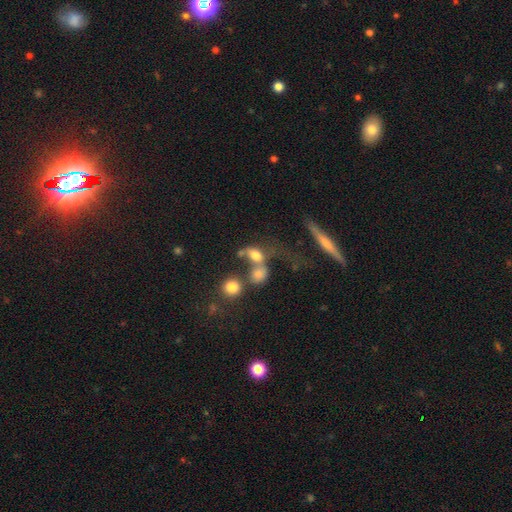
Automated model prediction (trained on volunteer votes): smooth 66%, featured or disk 21%, star or artifact 13%. Down the decision tree: how rounded — in between (67%); merging — merger (51%).